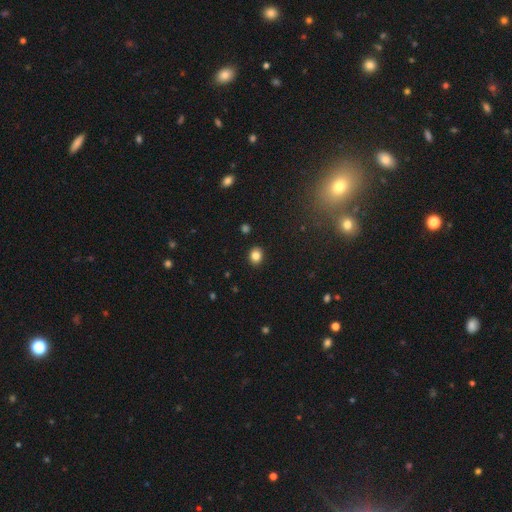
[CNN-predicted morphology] smooth_or_featured: smooth (p=0.84) [alt: star or artifact p=0.11]
how_rounded: round (p=0.63) [alt: in between p=0.36]
merging: none (p=0.91) [alt: minor disturbance p=0.06]